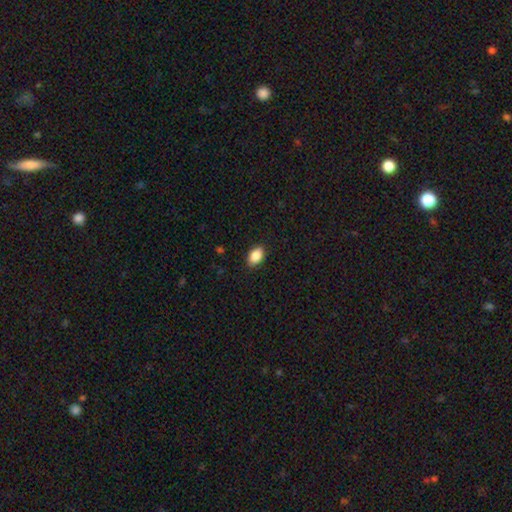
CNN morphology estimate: type=smooth (88%); roundness=in between (89%); merging=none (88%).